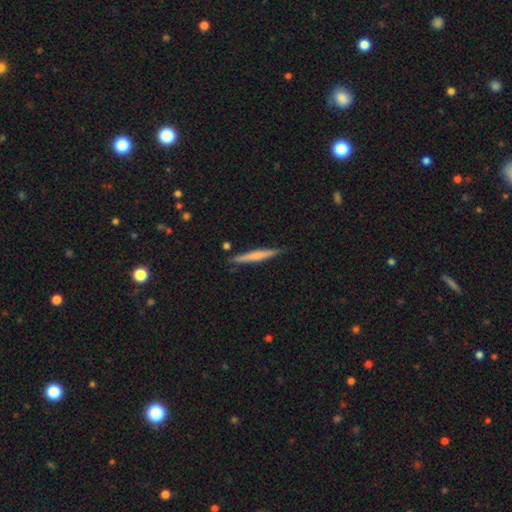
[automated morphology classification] type=smooth (57%); roundness=cigar-shaped (96%); merging=none (87%).